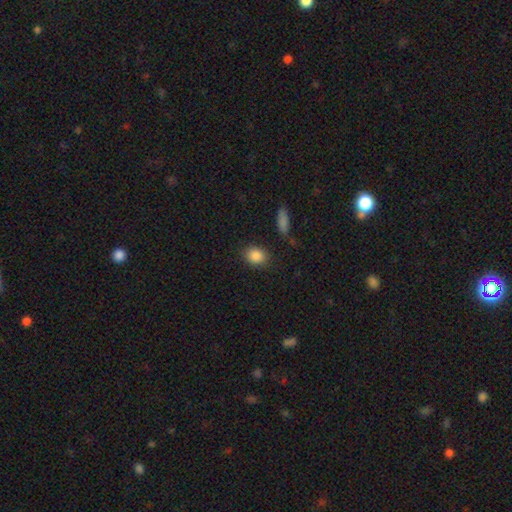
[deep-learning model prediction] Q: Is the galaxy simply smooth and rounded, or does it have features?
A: smooth — 87%.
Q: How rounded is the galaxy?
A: in between — 52%.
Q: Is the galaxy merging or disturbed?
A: none — 84%.